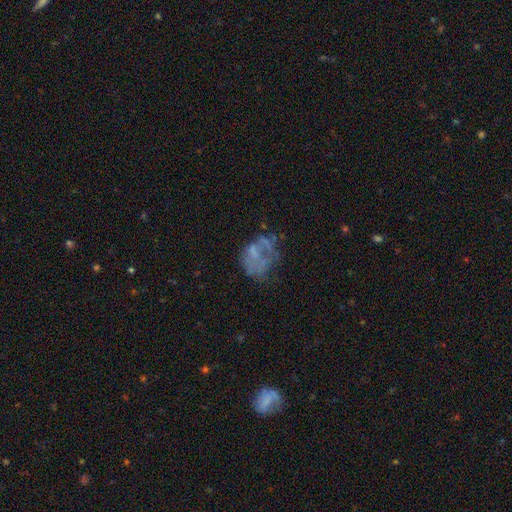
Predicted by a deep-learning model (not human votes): This appears to be a featured or disk galaxy (52%) with no bar (90%), no spiral arms (90%) and no central bulge (76%). Merging: none (39%).